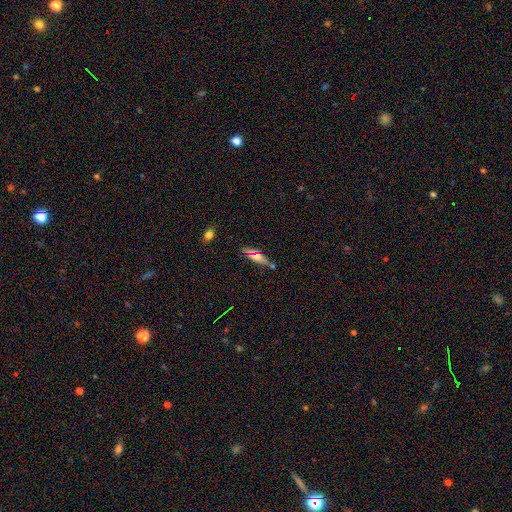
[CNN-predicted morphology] smooth_or_featured: smooth (p=0.46) [alt: featured or disk p=0.39]
merging: none (p=0.74) [alt: minor disturbance p=0.15]